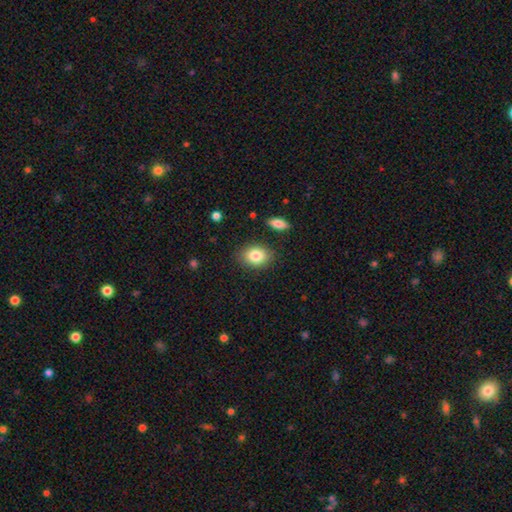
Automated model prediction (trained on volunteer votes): smooth 83%, star or artifact 8%, featured or disk 8%. Down the decision tree: how rounded — in between (65%); merging — none (84%).